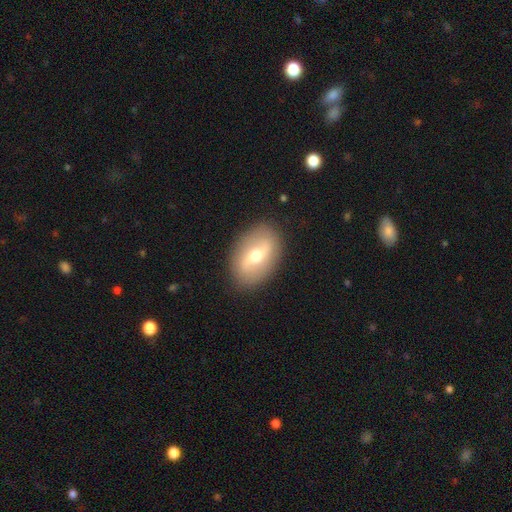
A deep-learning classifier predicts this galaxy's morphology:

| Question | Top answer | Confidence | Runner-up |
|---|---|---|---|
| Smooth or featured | featured or disk | 61% | smooth (33%) |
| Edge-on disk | no | 92% | yes (8%) |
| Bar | weak | 45% | strong (35%) |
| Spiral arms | yes | 57% | no (43%) |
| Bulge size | moderate | 71% | small (16%) |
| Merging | none | 87% | minor disturbance (9%) |